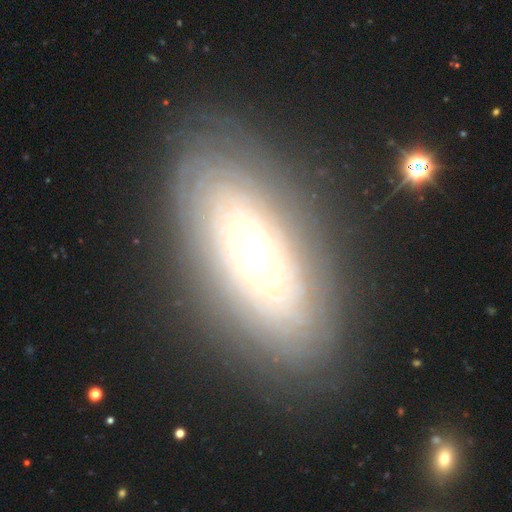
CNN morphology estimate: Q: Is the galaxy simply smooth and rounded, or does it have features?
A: featured or disk — 69%.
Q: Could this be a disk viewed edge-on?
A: no — 84%.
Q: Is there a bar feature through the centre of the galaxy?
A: no — 78%.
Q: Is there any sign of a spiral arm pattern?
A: yes — 70%.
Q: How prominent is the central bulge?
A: moderate — 64%.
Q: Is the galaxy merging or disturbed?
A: none — 81%.